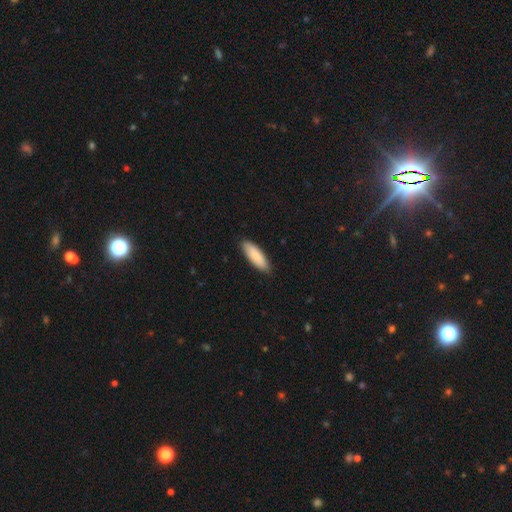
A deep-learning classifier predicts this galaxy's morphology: Smooth or featured? Predicted: smooth (p=0.88). How rounded? Predicted: in between (p=0.60). Merging? Predicted: none (p=0.87).